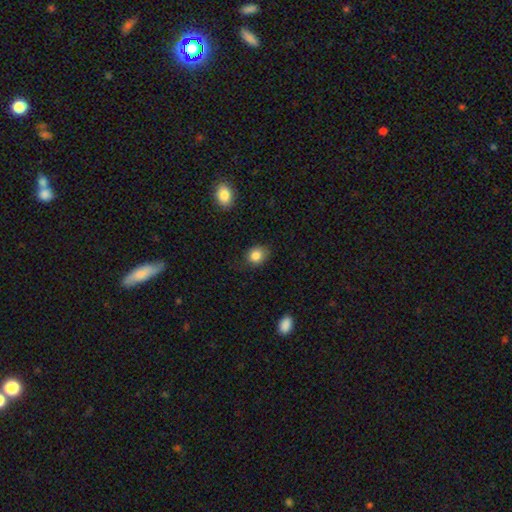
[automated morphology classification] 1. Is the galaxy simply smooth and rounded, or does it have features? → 84% smooth, 10% star or artifact, 6% featured or disk.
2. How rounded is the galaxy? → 58% round, 41% in between, 1% cigar-shaped.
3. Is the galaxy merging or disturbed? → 75% none, 19% minor disturbance, 4% major disturbance, 1% merger.